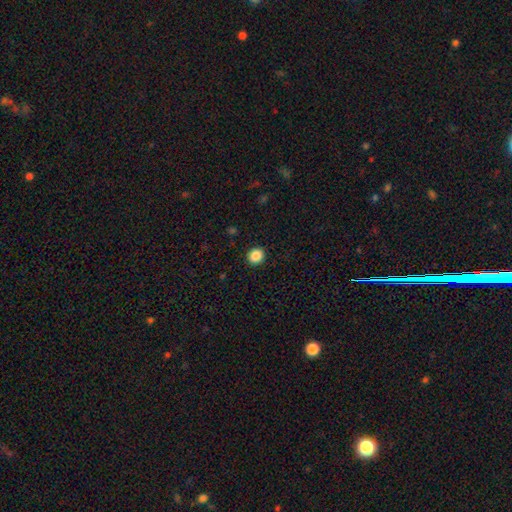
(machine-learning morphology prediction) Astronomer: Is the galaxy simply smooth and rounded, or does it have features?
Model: smooth — 87%.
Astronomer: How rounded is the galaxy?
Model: round — 86%.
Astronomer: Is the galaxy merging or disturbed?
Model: none — 93%.